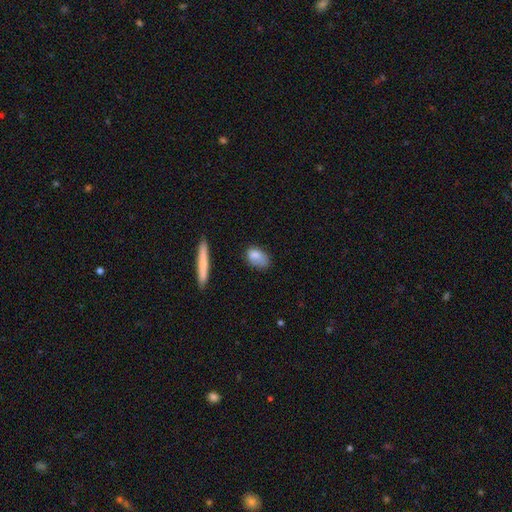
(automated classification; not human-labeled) smooth-or-featured: smooth: 80% | featured or disk: 12% | star or artifact: 8%
  how-rounded: in between: 86% | round: 8% | cigar-shaped: 6%
  merging: none: 59% | minor disturbance: 28% | major disturbance: 9% | merger: 4%